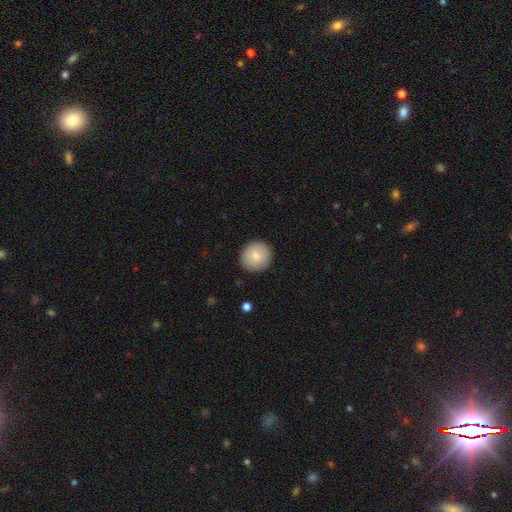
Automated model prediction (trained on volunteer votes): A smooth galaxy with no disk features (83%) that is round (92%). Merging: none (90%).